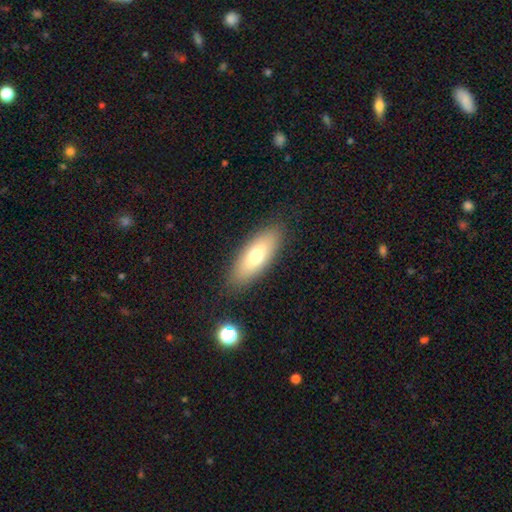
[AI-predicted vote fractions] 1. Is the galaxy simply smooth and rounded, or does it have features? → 69% smooth, 24% featured or disk, 7% star or artifact.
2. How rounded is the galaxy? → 71% in between, 27% cigar-shaped, 2% round.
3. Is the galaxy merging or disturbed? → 86% none, 9% minor disturbance, 3% major disturbance, 1% merger.